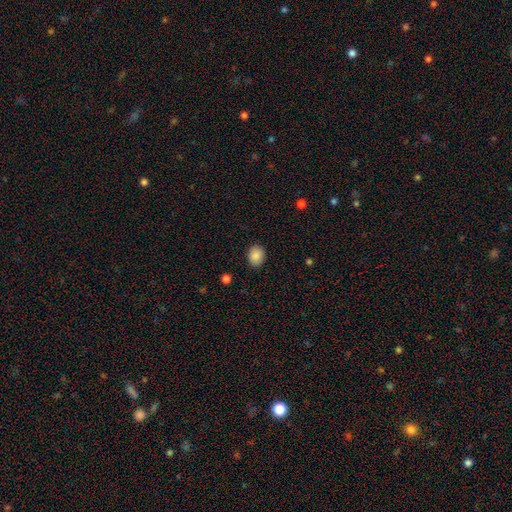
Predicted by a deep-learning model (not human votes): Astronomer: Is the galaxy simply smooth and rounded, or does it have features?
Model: smooth — 88%.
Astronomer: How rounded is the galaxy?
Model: round — 51% (runner-up: in between, 49%).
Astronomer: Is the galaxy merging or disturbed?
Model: none — 89%.